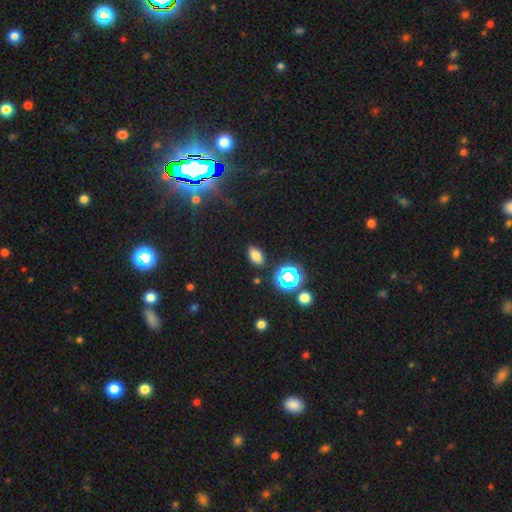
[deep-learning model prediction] This is likely a smooth galaxy (72%). How rounded: clearly in between (87%). Merging: clearly none (87%).